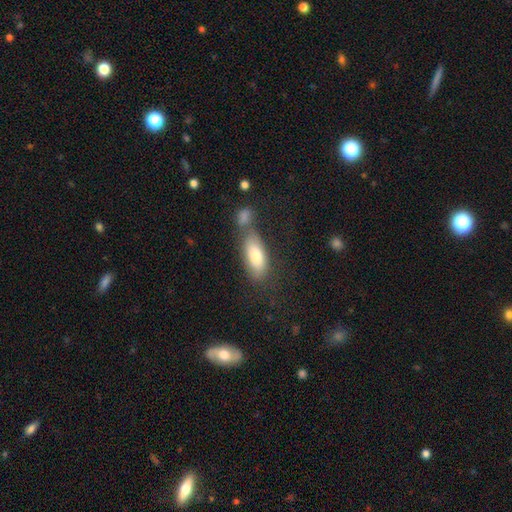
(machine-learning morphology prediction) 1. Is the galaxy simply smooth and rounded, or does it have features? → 75% smooth, 17% featured or disk, 7% star or artifact.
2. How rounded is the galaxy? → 83% in between, 14% cigar-shaped, 3% round.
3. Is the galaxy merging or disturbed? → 51% none, 25% merger, 17% minor disturbance, 7% major disturbance.